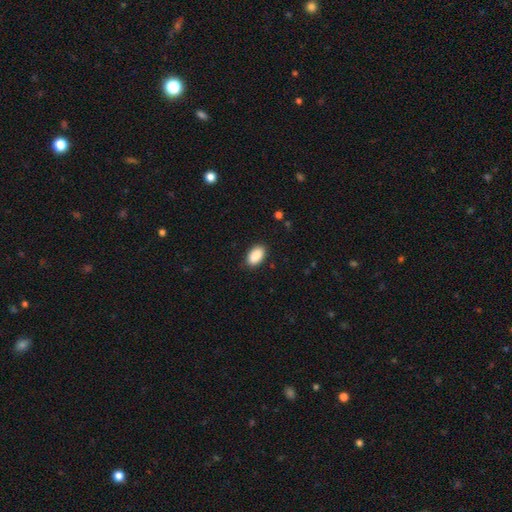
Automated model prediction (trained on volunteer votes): smooth-or-featured: smooth: 90% | star or artifact: 7% | featured or disk: 3%
  how-rounded: in between: 94% | round: 4% | cigar-shaped: 2%
  merging: none: 88% | minor disturbance: 9% | major disturbance: 2% | merger: 1%